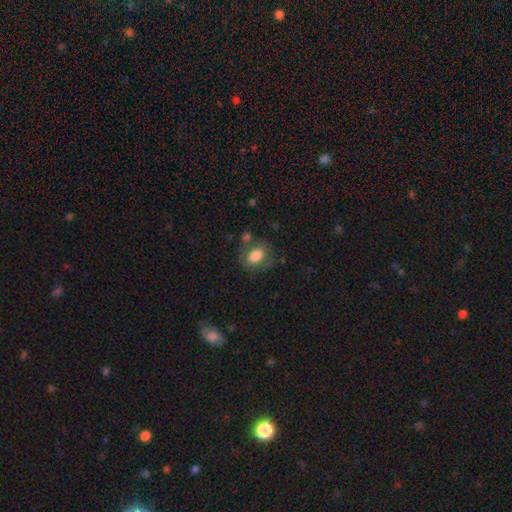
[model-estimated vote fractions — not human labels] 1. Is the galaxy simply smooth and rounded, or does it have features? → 78% smooth, 14% featured or disk, 8% star or artifact.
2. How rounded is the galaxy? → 60% in between, 39% round, 1% cigar-shaped.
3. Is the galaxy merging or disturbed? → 65% none, 18% minor disturbance, 9% merger, 8% major disturbance.